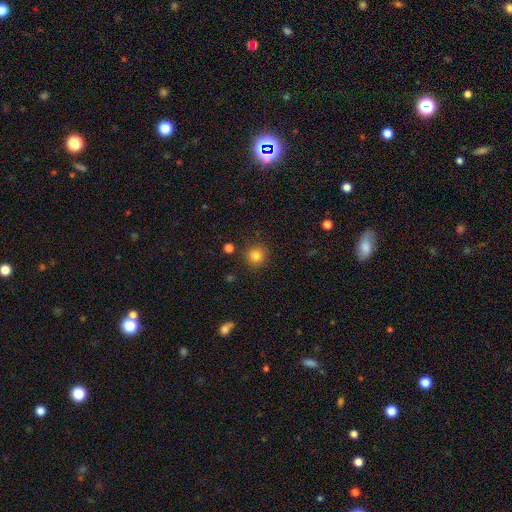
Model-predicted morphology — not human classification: Smooth or featured?
  - smooth: 82% *
  - star or artifact: 12%
  - featured or disk: 6%
How rounded?
  - round: 93% *
  - in between: 6%
  - cigar-shaped: 1%
Merging?
  - none: 87% *
  - minor disturbance: 8%
  - merger: 3%
  - major disturbance: 2%